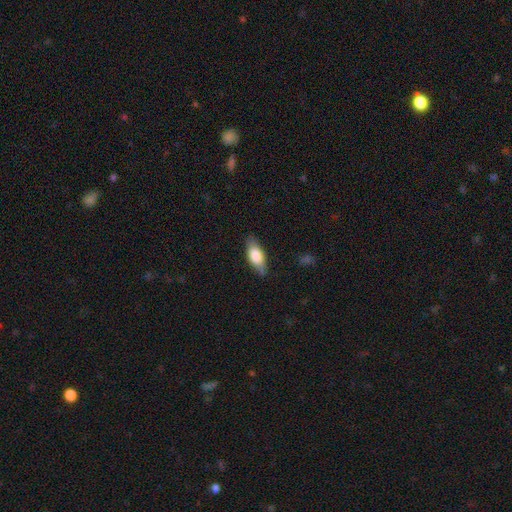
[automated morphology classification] Smooth or featured? Predicted: smooth (p=0.74). How rounded? Predicted: in between (p=0.80). Merging? Predicted: none (p=0.78).